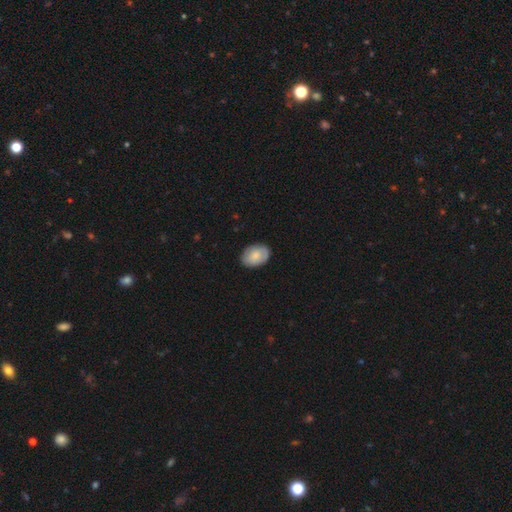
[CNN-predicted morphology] A smooth galaxy with no disk features (76%) that is in between round and cigar-shaped (83%). Merging: none (84%).